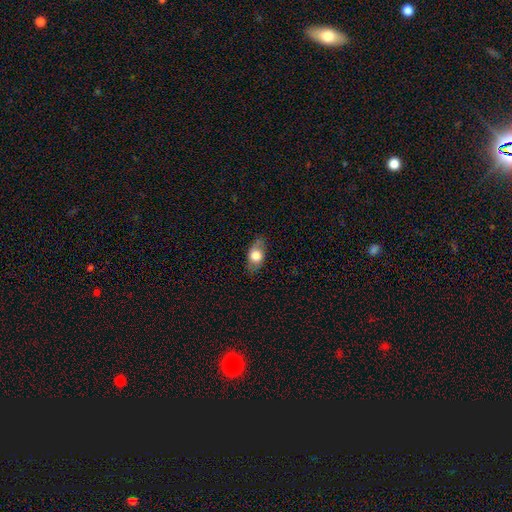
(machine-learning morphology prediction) This is likely a smooth galaxy (66%). How rounded: clearly in between (80%). Merging: likely none (77%).